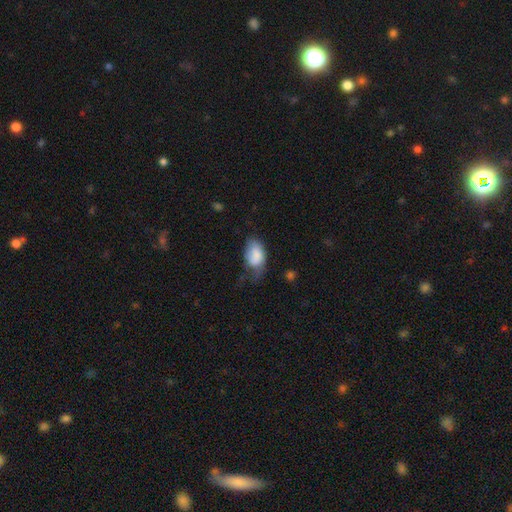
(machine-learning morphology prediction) smooth-or-featured: smooth: 80% | featured or disk: 14% | star or artifact: 7%
  how-rounded: in between: 90% | round: 8% | cigar-shaped: 1%
  merging: minor disturbance: 37% | major disturbance: 32% | none: 27% | merger: 3%